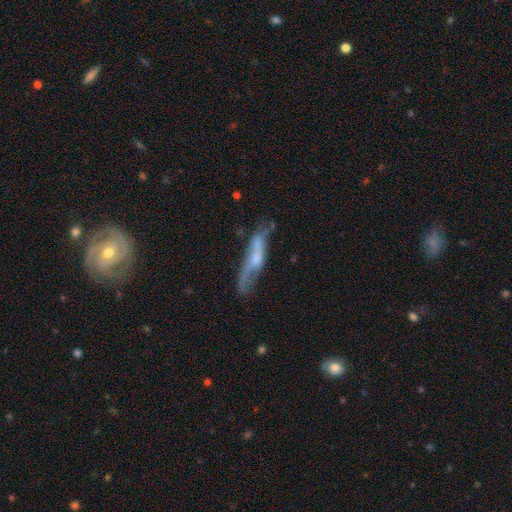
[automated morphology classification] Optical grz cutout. It shows a featured or disk galaxy (55%) viewed edge-on (53%). Merging: none (46%).